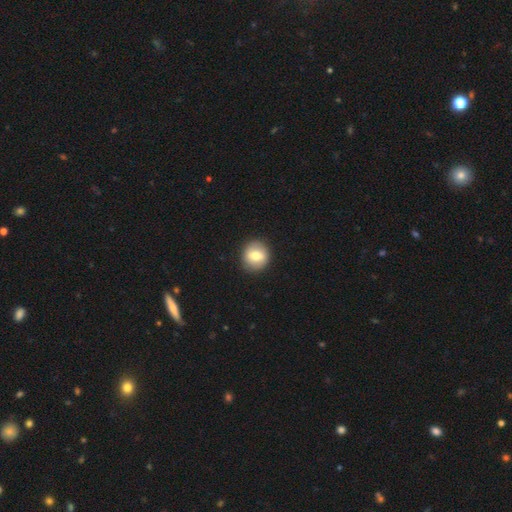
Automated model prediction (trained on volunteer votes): Smooth or featured? smooth (70%)
How rounded? round (86%)
Merging? none (89%)